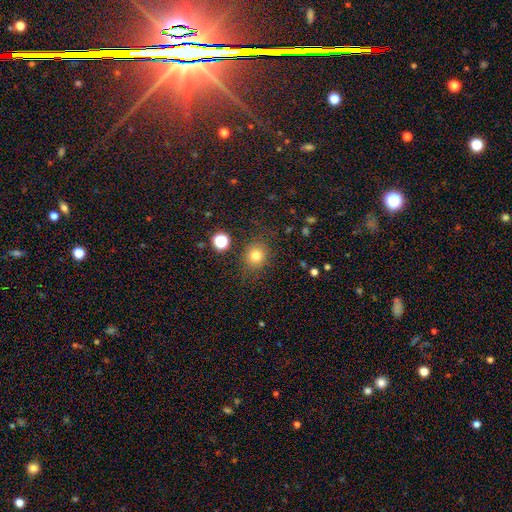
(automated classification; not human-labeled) This is likely a smooth galaxy (77%). How rounded: likely round (77%). Merging: clearly none (81%).